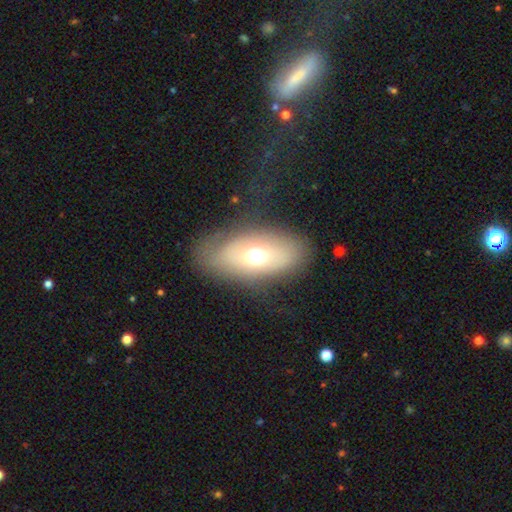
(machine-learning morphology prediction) Smooth or featured? Predicted: smooth (p=0.61). How rounded? Predicted: in between (p=0.85). Merging? Predicted: none (p=0.71).